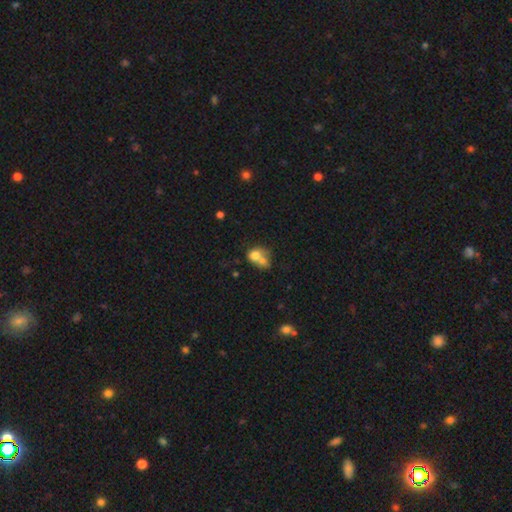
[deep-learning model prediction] Morphology: type=smooth (71%); roundness=round (55%); merging=merger (67%).